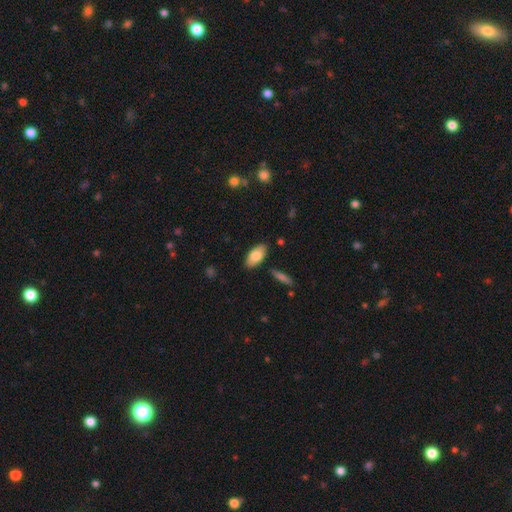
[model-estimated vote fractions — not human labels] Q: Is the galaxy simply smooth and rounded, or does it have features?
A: smooth — 80%.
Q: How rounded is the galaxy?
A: in between — 92%.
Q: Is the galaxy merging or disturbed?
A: none — 84%.